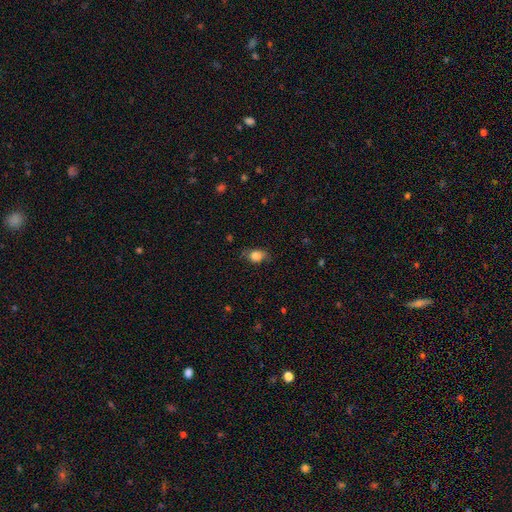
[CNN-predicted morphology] This appears to be a smooth galaxy with no disk features (78%) that is in between round and cigar-shaped (65%). Merging: none (61%).